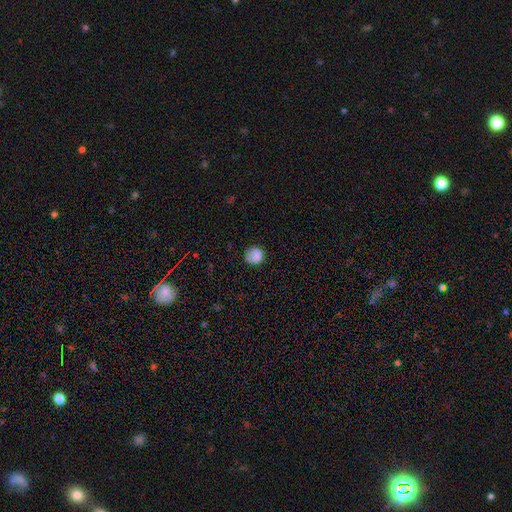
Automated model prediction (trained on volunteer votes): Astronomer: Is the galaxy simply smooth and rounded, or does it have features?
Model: smooth — 82%.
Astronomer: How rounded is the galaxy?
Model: round — 86%.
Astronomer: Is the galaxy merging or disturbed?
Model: none — 73%.